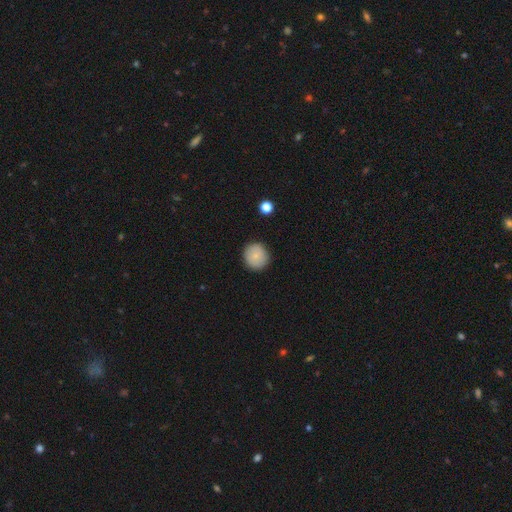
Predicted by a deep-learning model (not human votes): smooth 82%, featured or disk 10%, star or artifact 8%. Down the decision tree: how rounded — round (92%); merging — none (90%).